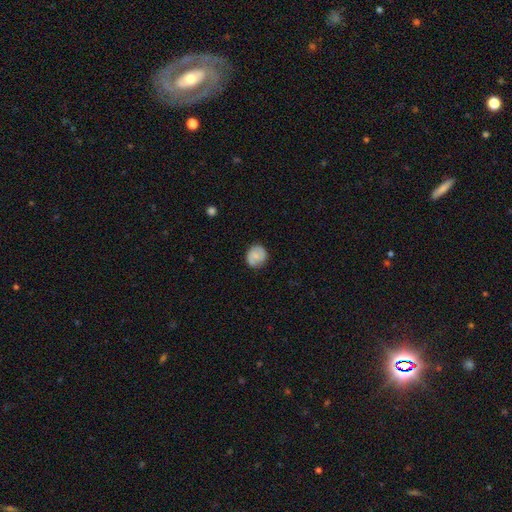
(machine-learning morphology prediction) Overall: smooth (66%; featured or disk 27%). How rounded: round (83%). Merging: none (79%).